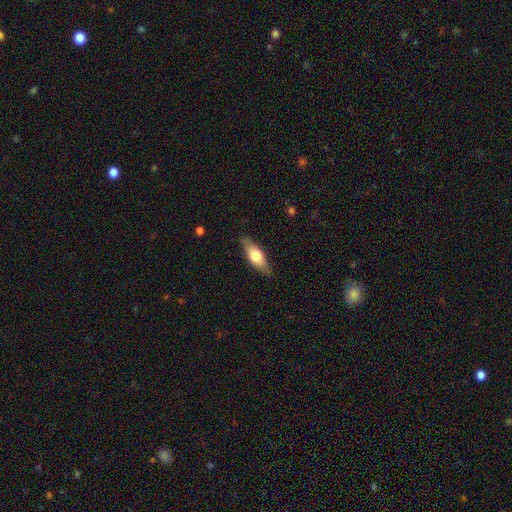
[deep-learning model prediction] A smooth galaxy with no disk features (57%) that is in between round and cigar-shaped (64%).

Vote fractions:
- Smooth or featured? smooth: 57% / featured or disk: 37% / star or artifact: 6%
- How rounded? in between: 64% / cigar-shaped: 33% / round: 3%
- Merging? none: 84% / minor disturbance: 13% / major disturbance: 3% / merger: 1%